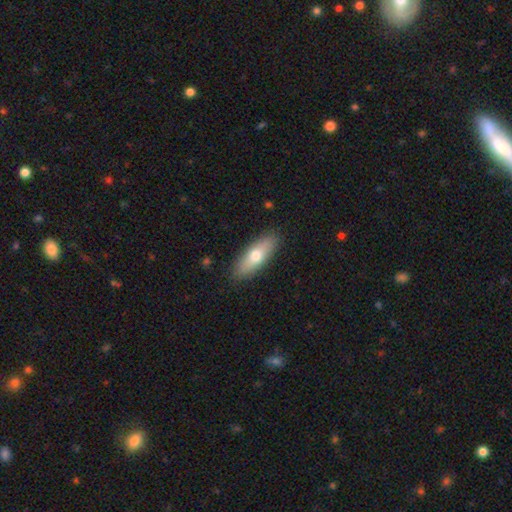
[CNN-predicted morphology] Smooth or featured?
  - smooth: 67% *
  - featured or disk: 27%
  - star or artifact: 6%
How rounded?
  - in between: 55% *
  - cigar-shaped: 43%
  - round: 3%
Merging?
  - none: 88% *
  - minor disturbance: 9%
  - major disturbance: 2%
  - merger: 1%